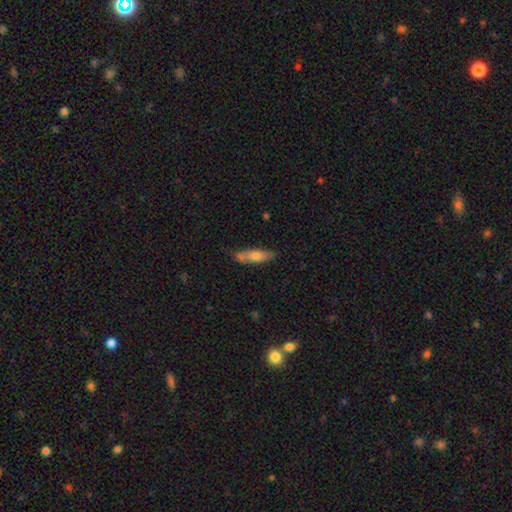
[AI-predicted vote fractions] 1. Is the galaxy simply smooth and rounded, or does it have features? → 70% smooth, 23% featured or disk, 6% star or artifact.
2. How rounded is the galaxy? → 57% cigar-shaped, 41% in between, 2% round.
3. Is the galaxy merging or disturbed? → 65% none, 21% minor disturbance, 9% merger, 5% major disturbance.